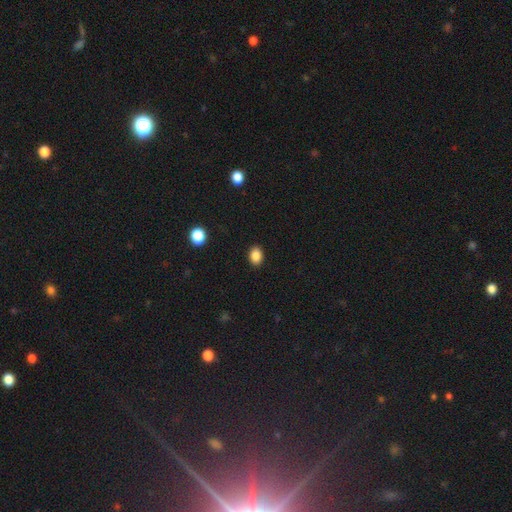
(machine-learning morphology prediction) A smooth galaxy with no disk features (87%) that is in between round and cigar-shaped (68%).

Vote fractions:
- Smooth or featured? smooth: 87% / star or artifact: 10% / featured or disk: 4%
- How rounded? in between: 68% / round: 31% / cigar-shaped: 1%
- Merging? none: 90% / minor disturbance: 7% / major disturbance: 2% / merger: 1%